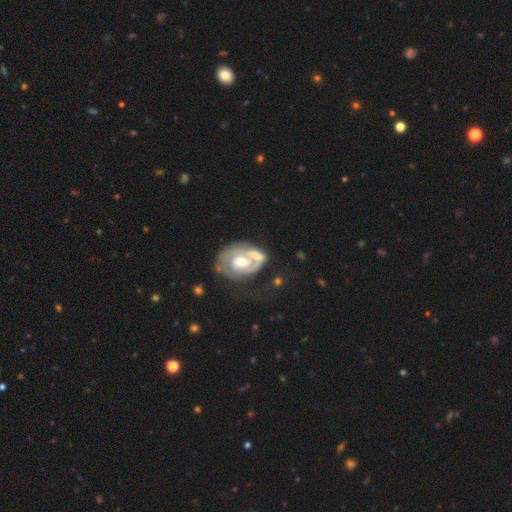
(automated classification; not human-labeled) Q: Smooth or featured?
A: featured or disk (79%); runner-up: smooth (16%)
Q: Edge-on disk?
A: no (97%); runner-up: yes (3%)
Q: Bar?
A: no (70%); runner-up: weak (24%)
Q: Spiral arms?
A: yes (77%); runner-up: no (23%)
Q: Spiral winding?
A: tight (62%); runner-up: medium (27%)
Q: Spiral arm count?
A: 2 (36%); runner-up: 1 (33%)
Q: Bulge size?
A: moderate (71%); runner-up: small (20%)
Q: Merging?
A: none (36%); runner-up: merger (25%)